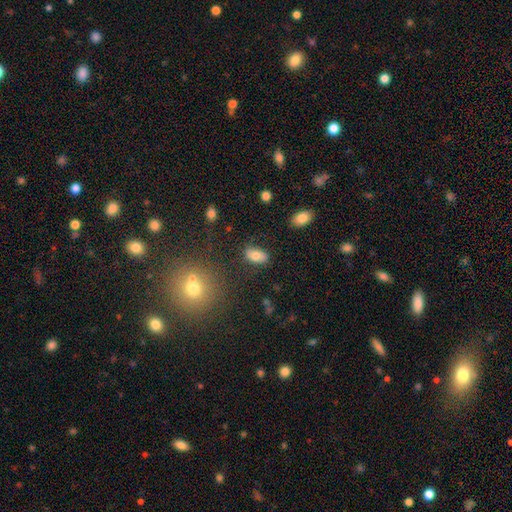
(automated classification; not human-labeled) Smooth or featured? Predicted: smooth (p=0.74). How rounded? Predicted: in between (p=0.91). Merging? Predicted: none (p=0.77).